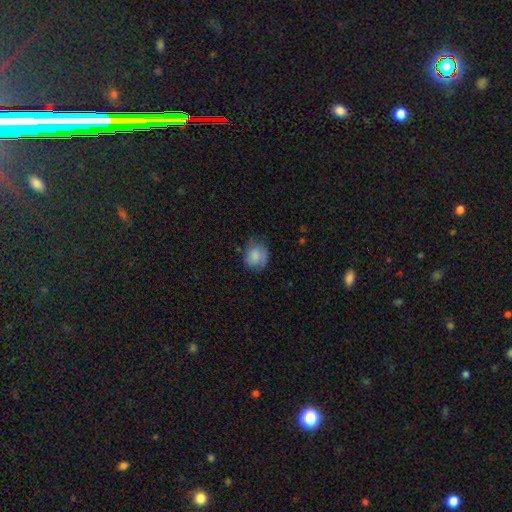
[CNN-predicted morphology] A smooth galaxy with no disk features (80%) that is round (68%). Merging: none (61%).